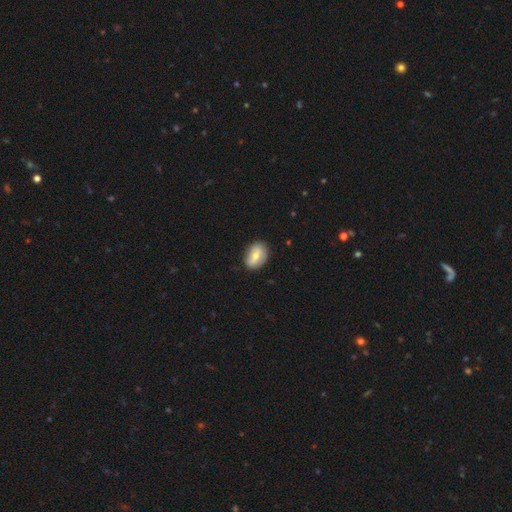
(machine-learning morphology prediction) Q: Smooth or featured?
A: smooth (63%); runner-up: featured or disk (30%)
Q: How rounded?
A: in between (79%); runner-up: round (20%)
Q: Merging?
A: none (76%); runner-up: minor disturbance (19%)